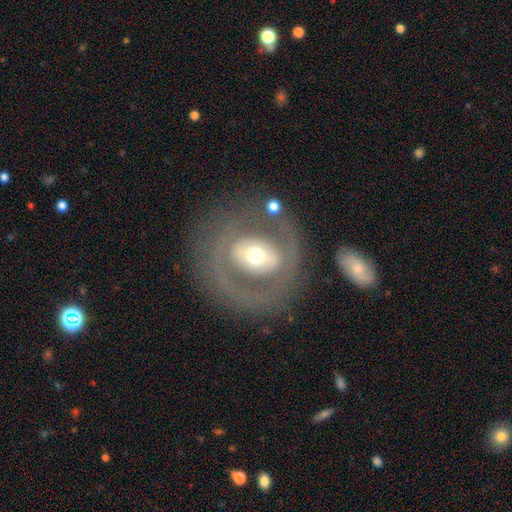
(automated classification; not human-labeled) A featured or disk galaxy (61%) with no bar (58%), no spiral arms (78%) and a moderate central bulge (66%).

Vote fractions:
- Smooth or featured? featured or disk: 61% / smooth: 32% / star or artifact: 7%
- Edge-on disk? no: 94% / yes: 6%
- Bar? no: 58% / weak: 23% / strong: 19%
- Spiral arms? no: 78% / yes: 22%
- Bulge size? moderate: 66% / large: 16% / small: 15% / dominant: 2% / none: 1%
- Merging? none: 72% / minor disturbance: 13% / major disturbance: 11% / merger: 4%